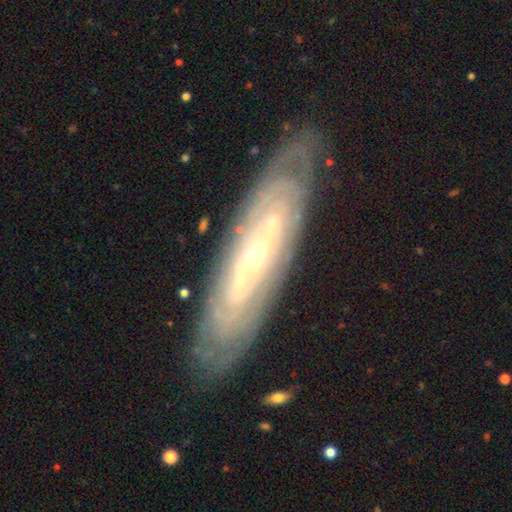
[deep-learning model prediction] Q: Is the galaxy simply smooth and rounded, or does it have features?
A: featured or disk — 83%.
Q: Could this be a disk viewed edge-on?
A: no — 78%.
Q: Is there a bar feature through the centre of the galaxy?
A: no — 65%.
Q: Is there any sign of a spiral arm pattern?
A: yes — 88%.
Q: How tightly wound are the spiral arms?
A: tight — 82%.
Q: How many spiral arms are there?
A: can't tell — 61%.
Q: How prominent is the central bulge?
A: small — 68%.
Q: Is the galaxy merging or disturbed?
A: none — 83%.